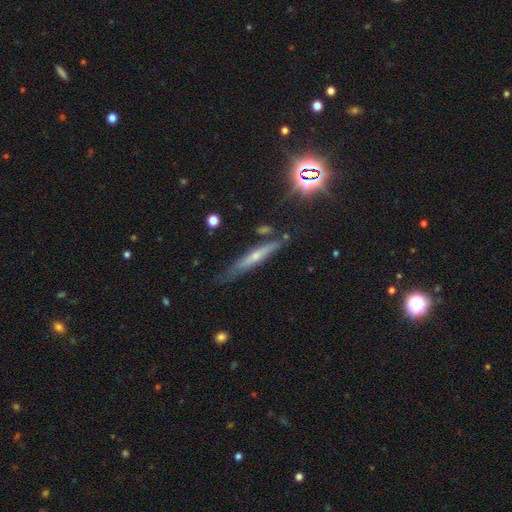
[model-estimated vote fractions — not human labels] Smooth or featured? Predicted: featured or disk (p=0.53). Edge-on disk? Predicted: yes (p=0.88). Merging? Predicted: none (p=0.70).